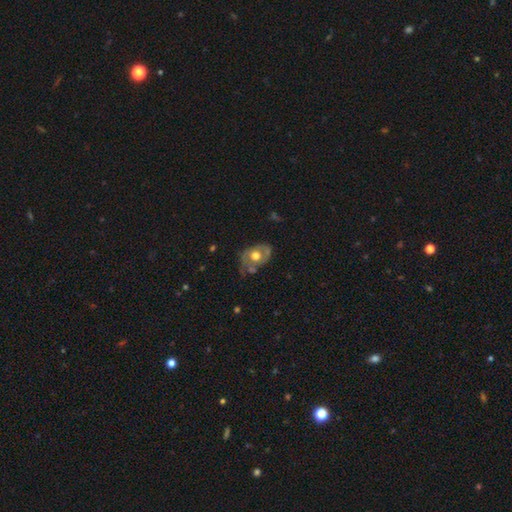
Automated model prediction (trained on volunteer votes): Overall: featured or disk (57%; smooth 37%). Edge-on disk: no (94%). Bar: no (86%). Spiral arms: no (62%; yes 38%). Bulge size: moderate (65%; large 28%). Merging: none (46%; minor disturbance 31%).